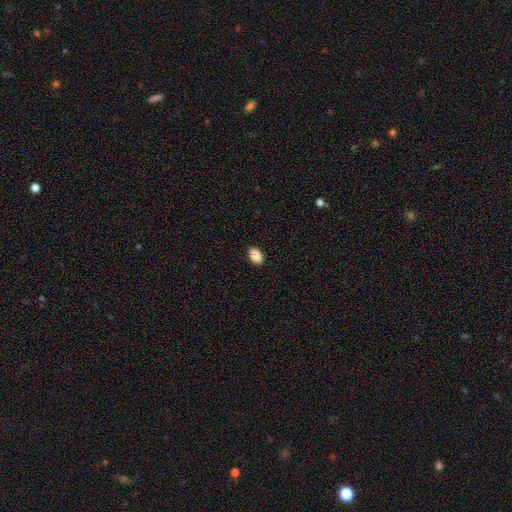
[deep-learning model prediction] A smooth galaxy with no disk features (89%) that is in between round and cigar-shaped (88%). Merging: none (89%).